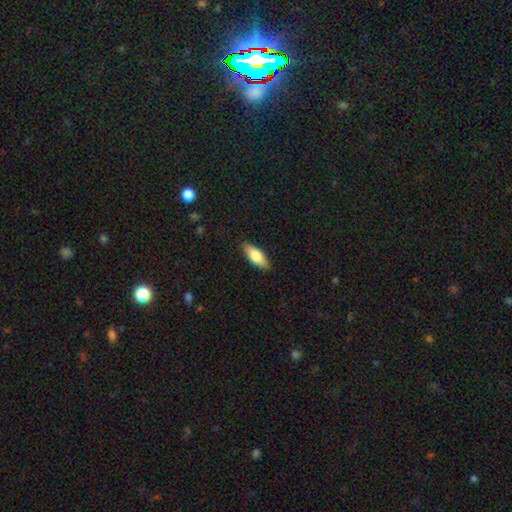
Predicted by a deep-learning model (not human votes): Smooth or featured? Predicted: smooth (p=0.76). How rounded? Predicted: in between (p=0.77). Merging? Predicted: none (p=0.87).